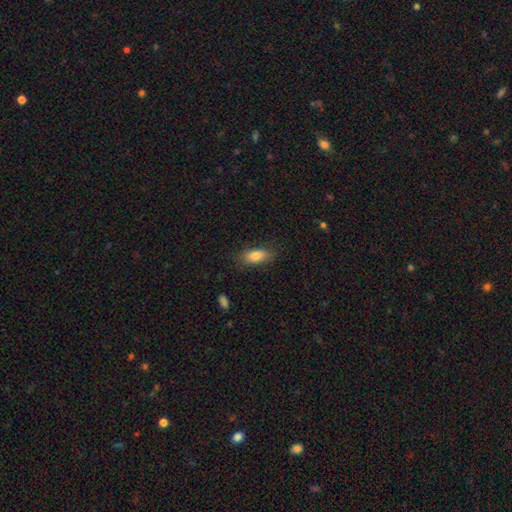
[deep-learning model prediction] Overall: smooth (82%). How rounded: in between (81%). Merging: none (80%).